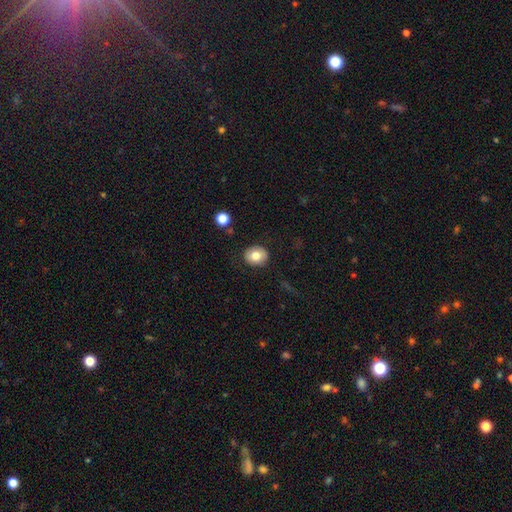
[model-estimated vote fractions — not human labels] Smooth or featured: smooth — 78% (featured or disk — 13%)
How rounded: round — 67% (in between — 32%)
Merging: none — 88% (minor disturbance — 9%)